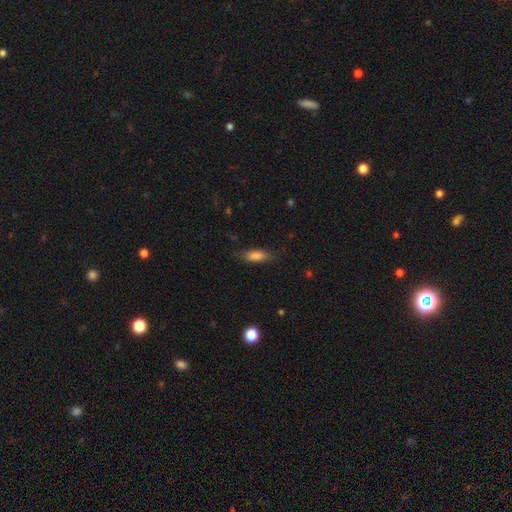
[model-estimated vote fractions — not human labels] smooth_or_featured: smooth (p=0.79) [alt: featured or disk p=0.13]
how_rounded: in between (p=0.62) [alt: cigar-shaped p=0.35]
merging: none (p=0.75) [alt: minor disturbance p=0.18]